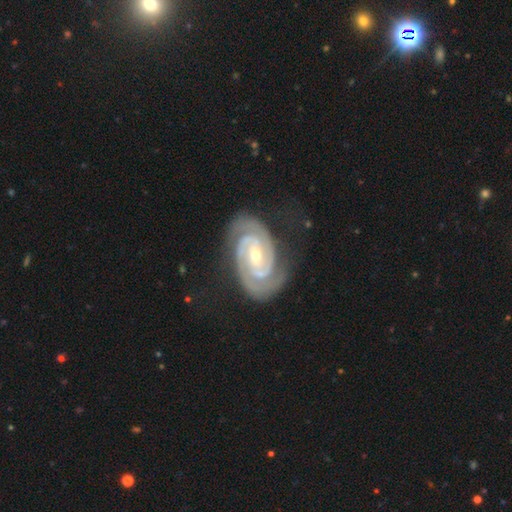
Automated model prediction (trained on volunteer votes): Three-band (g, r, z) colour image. It shows a featured or disk galaxy (93%) with a weak bar (38%), 2 (85%) tight (76%) spiral arms (99%) and a small central bulge (63%). Merging: none (76%).